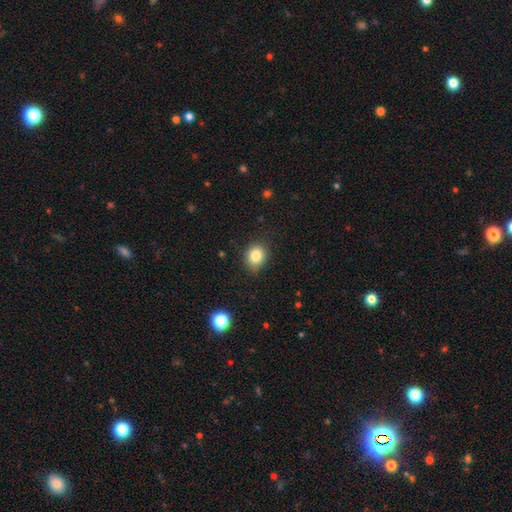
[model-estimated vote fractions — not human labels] This appears to be a smooth galaxy with no disk features (83%) that is round (58%). Merging: none (83%).